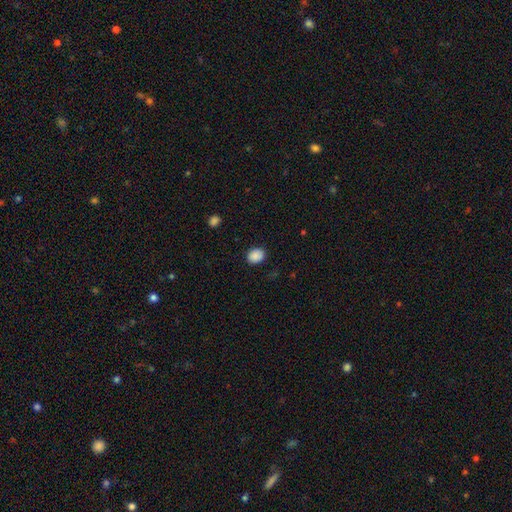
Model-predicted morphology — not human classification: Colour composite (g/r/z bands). It shows a smooth galaxy with no disk features (88%) that is in between round and cigar-shaped (51%). Merging: none (86%).